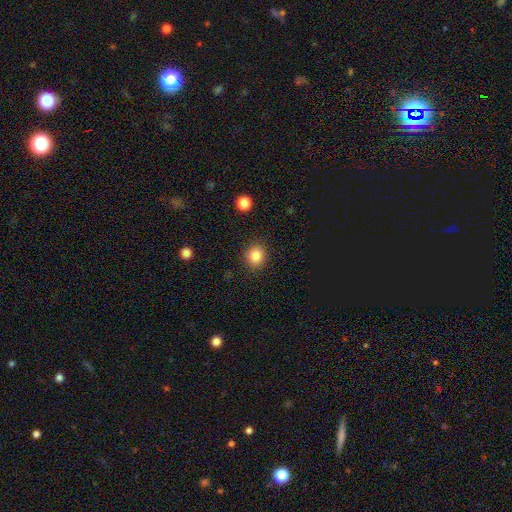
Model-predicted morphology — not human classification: A smooth galaxy with no disk features (86%) that is round (79%).

Vote fractions:
- Smooth or featured? smooth: 86% / star or artifact: 10% / featured or disk: 4%
- How rounded? round: 79% / in between: 20% / cigar-shaped: 1%
- Merging? none: 87% / minor disturbance: 9% / major disturbance: 3% / merger: 1%